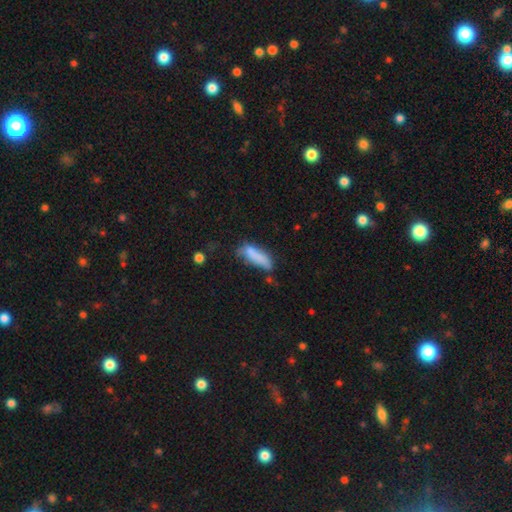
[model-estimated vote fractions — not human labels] A smooth galaxy with no disk features (76%) that is cigar-shaped (50%). Merging: none (40%).